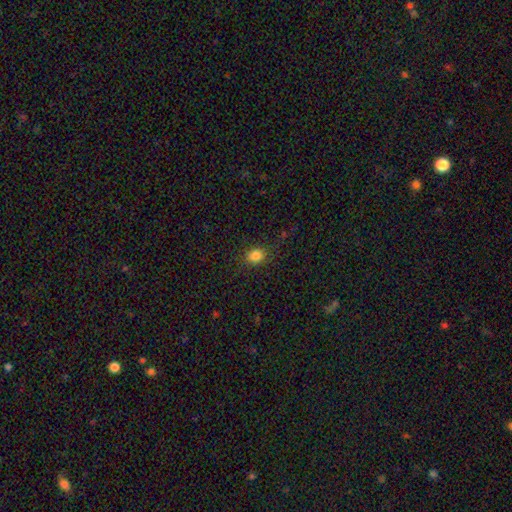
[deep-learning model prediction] The model was most divided on "how rounded": round: 71%, in between: 28%, cigar-shaped: 1%. More confident: merging — none (85%); smooth or featured — smooth (83%).